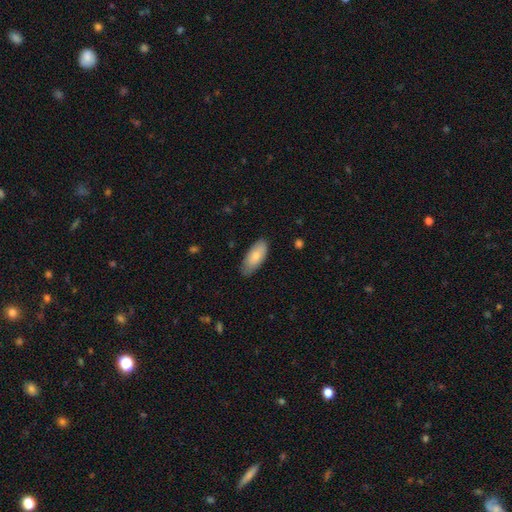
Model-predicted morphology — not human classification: smooth 78%, featured or disk 16%, star or artifact 6%. Down the decision tree: how rounded — in between (87%); merging — none (77%).